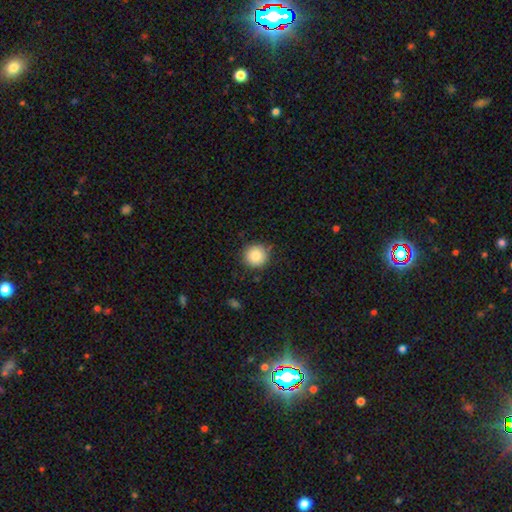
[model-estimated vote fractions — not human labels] smooth_or_featured: smooth (p=0.86) [alt: star or artifact p=0.09]
how_rounded: round (p=0.94) [alt: in between p=0.05]
merging: none (p=0.84) [alt: minor disturbance p=0.12]